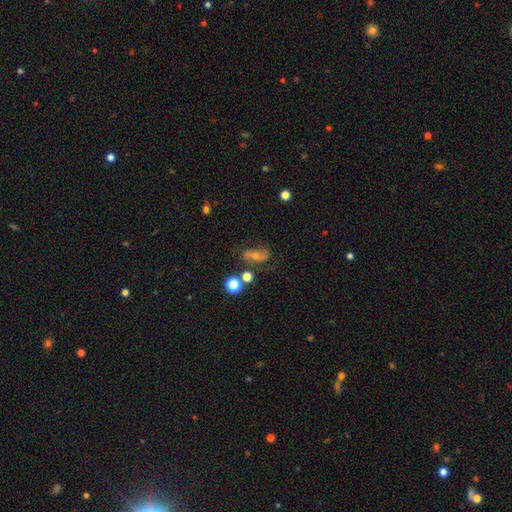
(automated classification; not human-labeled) Smooth or featured: featured or disk — 48% (smooth — 38%)
Merging: none — 56% (minor disturbance — 22%)